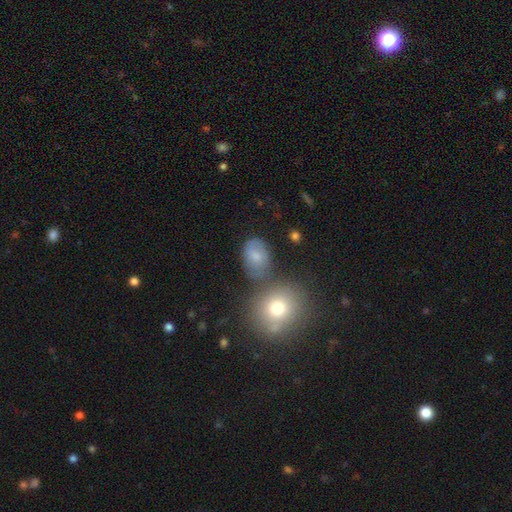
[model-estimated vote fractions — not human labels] Smooth or featured? Predicted: smooth (p=0.67). How rounded? Predicted: in between (p=0.69). Merging? Predicted: none (p=0.57).